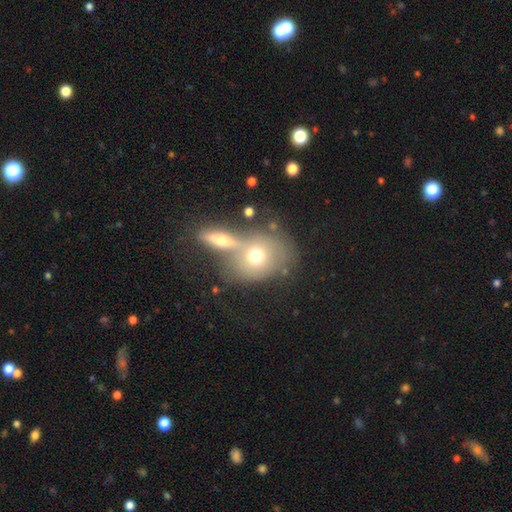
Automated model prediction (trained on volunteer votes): Smooth or featured? smooth (64%)
How rounded? round (52%)
Merging? merger (42%)